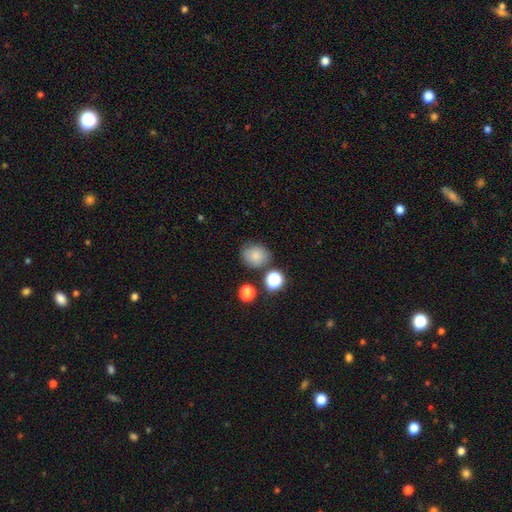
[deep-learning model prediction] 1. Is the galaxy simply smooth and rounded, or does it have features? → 81% smooth, 12% star or artifact, 7% featured or disk.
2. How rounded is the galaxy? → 68% round, 31% in between, 1% cigar-shaped.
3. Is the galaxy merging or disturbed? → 74% none, 15% minor disturbance, 7% merger, 4% major disturbance.